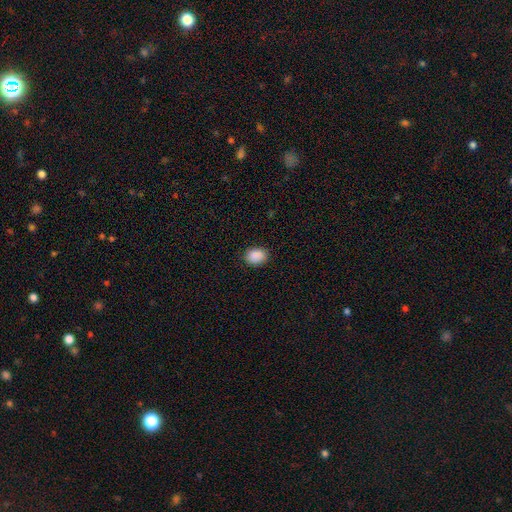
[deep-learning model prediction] smooth-or-featured: smooth: 90% | star or artifact: 8% | featured or disk: 3%
  how-rounded: in between: 66% | round: 33% | cigar-shaped: 1%
  merging: none: 87% | minor disturbance: 9% | major disturbance: 2% | merger: 1%